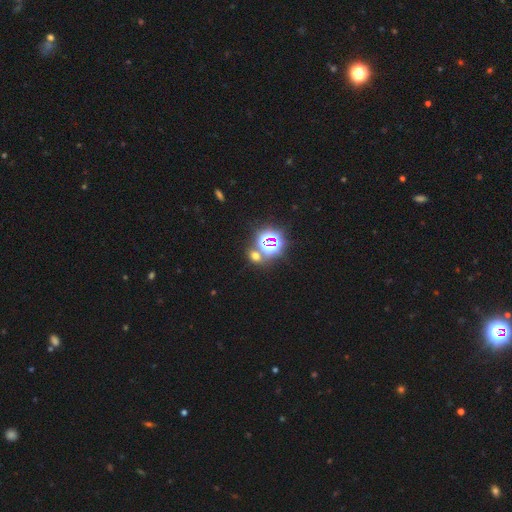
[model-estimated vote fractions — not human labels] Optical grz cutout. It shows a star or artifact, not a galaxy (51%).